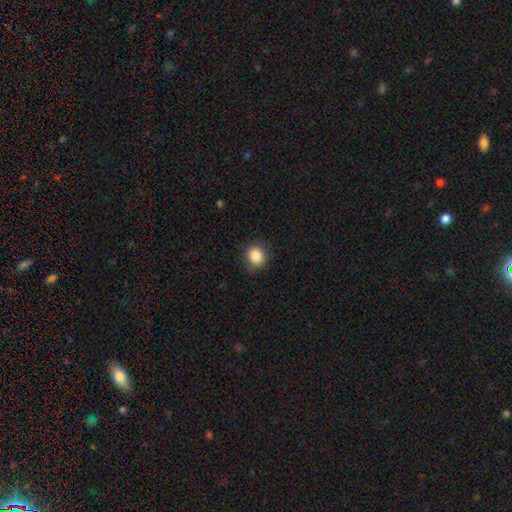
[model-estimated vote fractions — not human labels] A smooth galaxy with no disk features (87%) that is round (81%). Merging: none (84%).